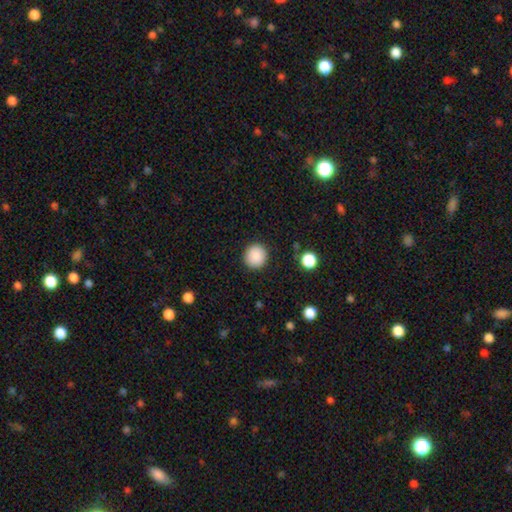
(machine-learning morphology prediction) Smooth or featured?
  - smooth: 88% *
  - star or artifact: 9%
  - featured or disk: 3%
How rounded?
  - round: 92% *
  - in between: 7%
  - cigar-shaped: 1%
Merging?
  - none: 90% *
  - minor disturbance: 7%
  - major disturbance: 2%
  - merger: 1%